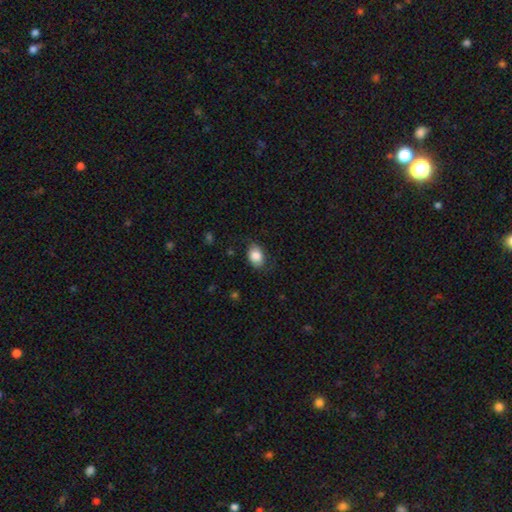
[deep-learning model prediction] This is clearly a smooth galaxy (85%). How rounded: clearly in between (80%). Merging: likely none (77%).